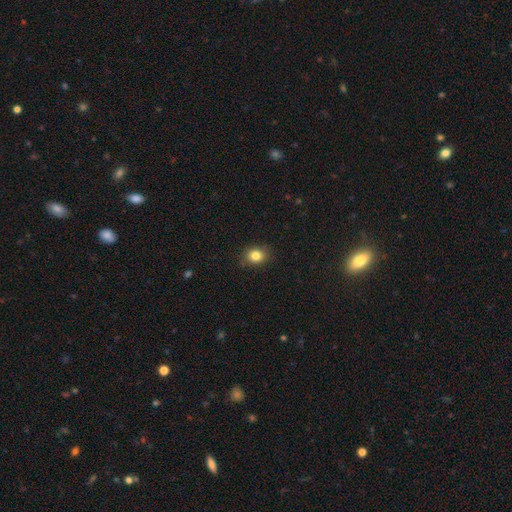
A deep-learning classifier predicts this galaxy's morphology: Smooth or featured: smooth — 83% (star or artifact — 11%)
How rounded: round — 57% (in between — 42%)
Merging: none — 84% (minor disturbance — 12%)